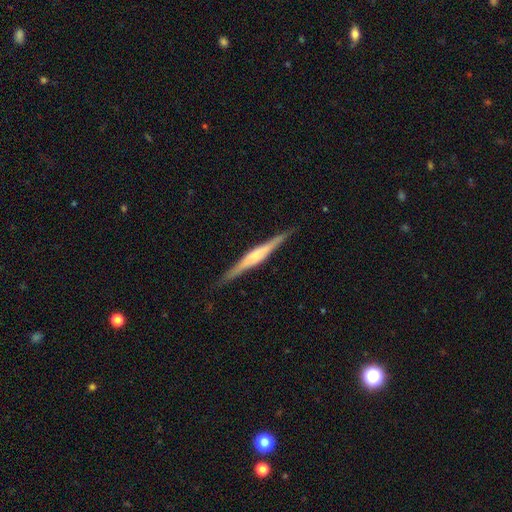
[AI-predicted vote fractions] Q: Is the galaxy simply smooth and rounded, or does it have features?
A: featured or disk — 76%.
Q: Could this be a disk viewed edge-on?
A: yes — 98%.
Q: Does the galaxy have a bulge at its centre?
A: rounded — 63%.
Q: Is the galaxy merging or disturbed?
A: none — 90%.